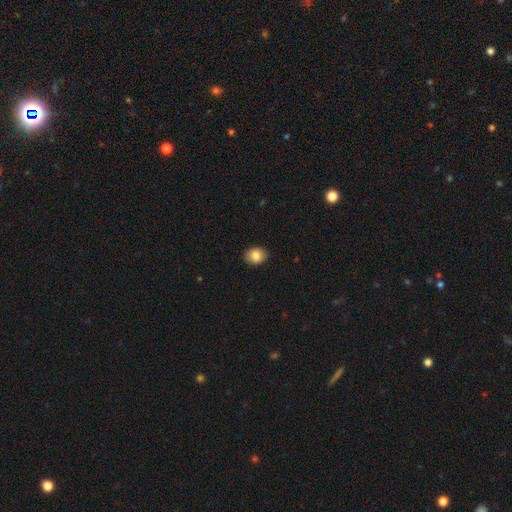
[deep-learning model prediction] A smooth galaxy with no disk features (86%) that is in between round and cigar-shaped (50%). Merging: none (87%).